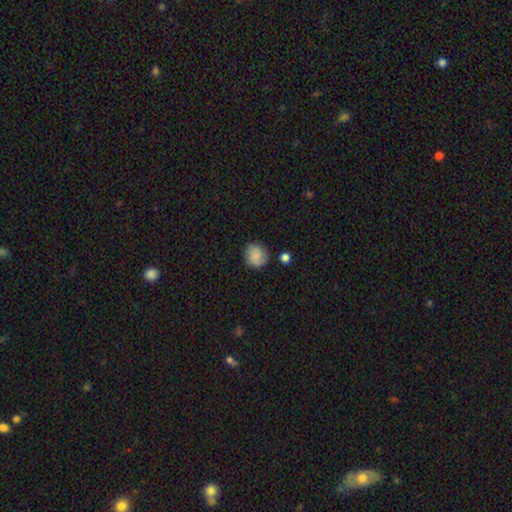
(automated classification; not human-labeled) Smooth or featured? smooth (77%)
How rounded? round (83%)
Merging? none (79%)